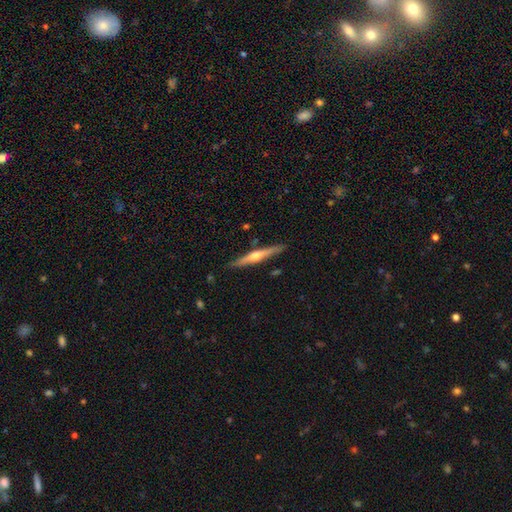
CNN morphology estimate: A featured or disk galaxy (68%) viewed edge-on (97%) with a rounded central bulge (88%).

Vote fractions:
- Smooth or featured? featured or disk: 68% / smooth: 27% / star or artifact: 6%
- Edge-on disk? yes: 97% / no: 3%
- Edge-on bulge? rounded: 88% / none: 8% / boxy: 5%
- Merging? none: 88% / minor disturbance: 9% / merger: 2% / major disturbance: 2%